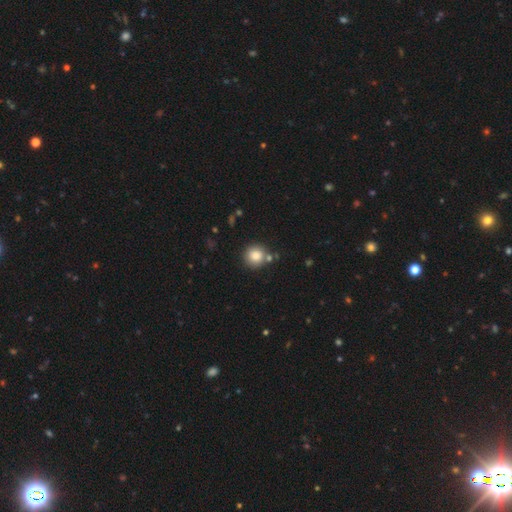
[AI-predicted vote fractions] smooth 84%, star or artifact 10%, featured or disk 6%. Down the decision tree: how rounded — round (92%); merging — none (76%).